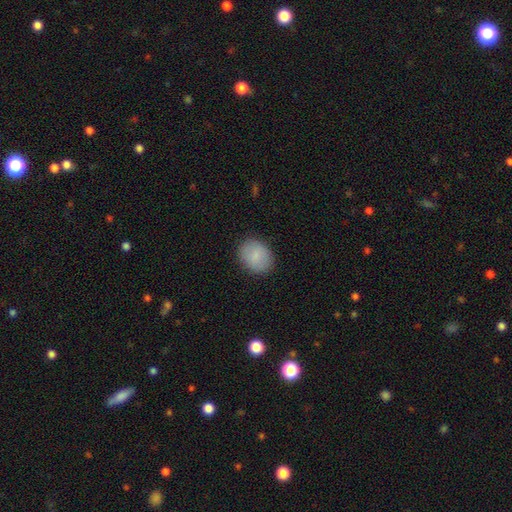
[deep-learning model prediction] This is clearly a smooth galaxy (84%). How rounded: possibly in between (54%). Merging: clearly none (87%).